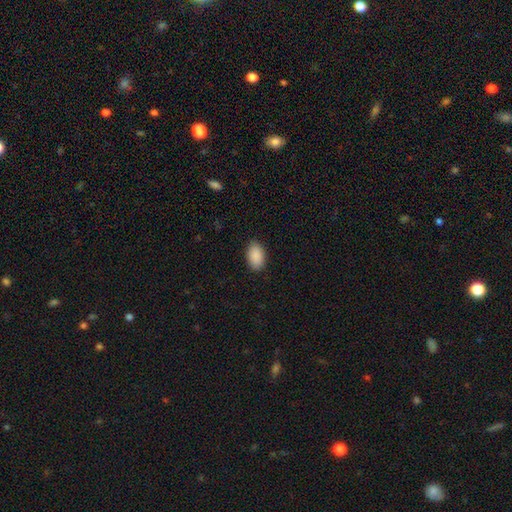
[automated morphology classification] This appears to be a smooth galaxy with no disk features (91%) that is in between round and cigar-shaped (94%). Merging: none (88%).